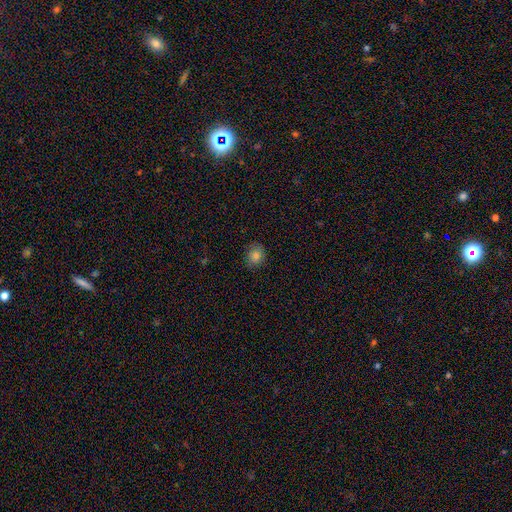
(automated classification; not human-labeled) smooth-or-featured: smooth: 83% | star or artifact: 11% | featured or disk: 6%
  how-rounded: round: 63% | in between: 36% | cigar-shaped: 1%
  merging: none: 80% | minor disturbance: 16% | major disturbance: 3% | merger: 1%